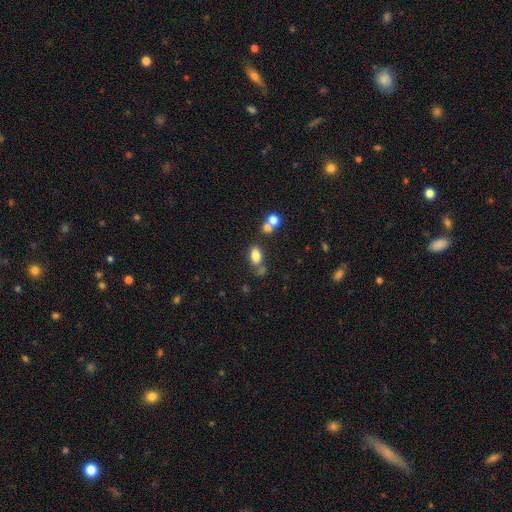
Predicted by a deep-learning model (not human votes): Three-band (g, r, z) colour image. It shows a smooth galaxy with no disk features (80%) that is in between round and cigar-shaped (87%). Merging: none (60%).